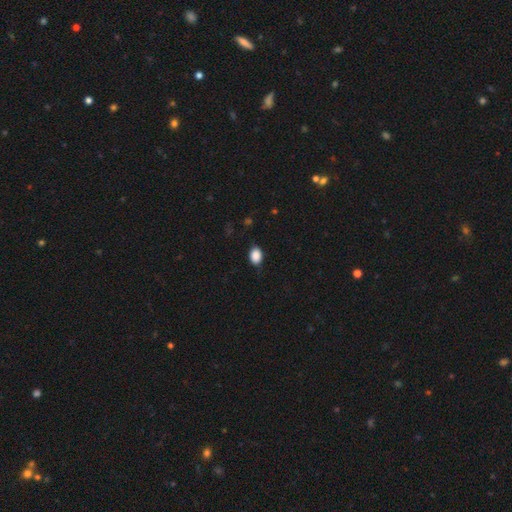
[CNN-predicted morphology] Smooth or featured: smooth — 88% (star or artifact — 8%)
How rounded: in between — 76% (round — 23%)
Merging: none — 80% (minor disturbance — 16%)